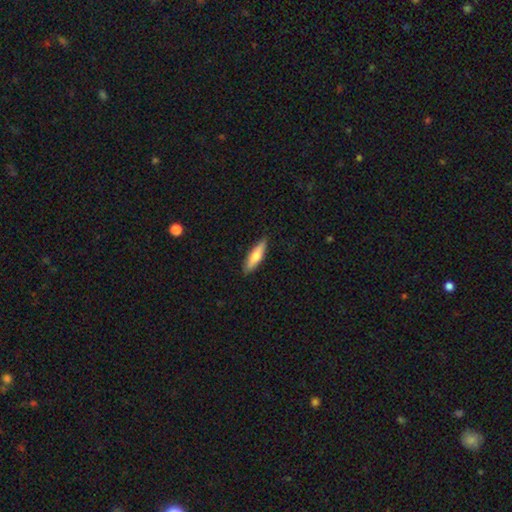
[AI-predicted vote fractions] This is likely a smooth galaxy (67%). How rounded: likely cigar-shaped (67%). Merging: clearly none (88%).